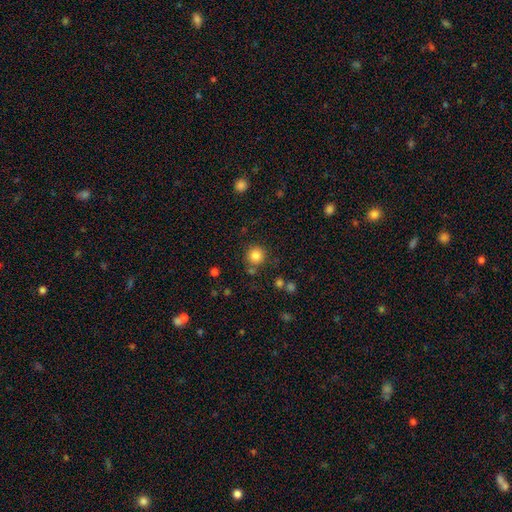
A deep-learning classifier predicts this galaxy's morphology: This appears to be a smooth galaxy with no disk features (83%) that is round (94%). Merging: none (81%).